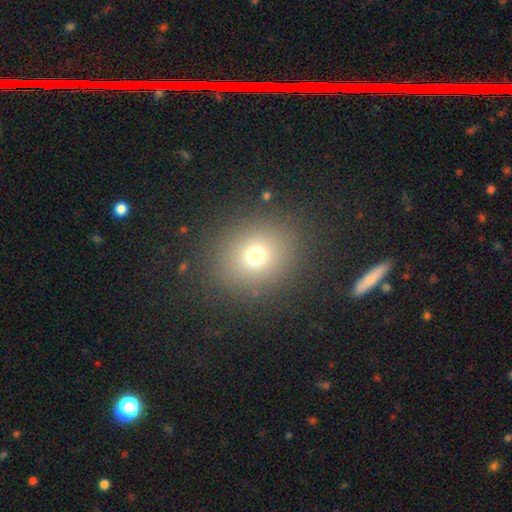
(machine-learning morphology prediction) The model was most divided on "smooth or featured": smooth: 71%, star or artifact: 19%, featured or disk: 10%. More confident: merging — none (87%); how rounded — round (77%).